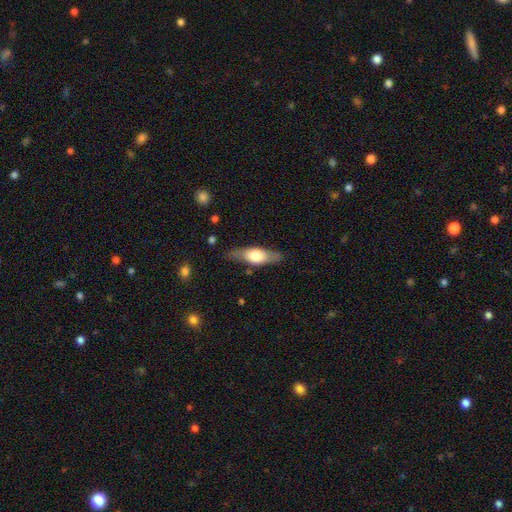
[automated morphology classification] This appears to be a smooth galaxy with no disk features (49%). Merging: none (77%).